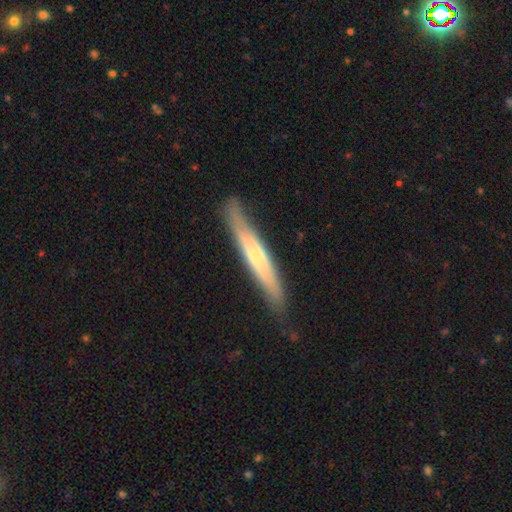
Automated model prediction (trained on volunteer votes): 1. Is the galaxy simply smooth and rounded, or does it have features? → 58% featured or disk, 36% smooth, 6% star or artifact.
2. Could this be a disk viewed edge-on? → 86% yes, 14% no.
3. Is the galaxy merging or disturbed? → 81% none, 15% minor disturbance, 3% major disturbance, 2% merger.